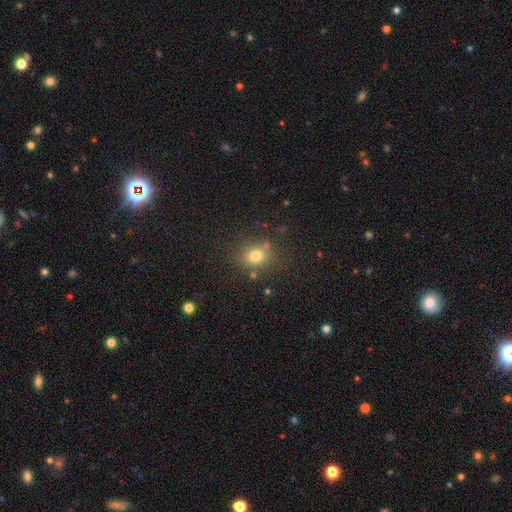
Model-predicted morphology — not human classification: This appears to be a smooth galaxy with no disk features (77%) that is round (64%). Merging: none (77%).